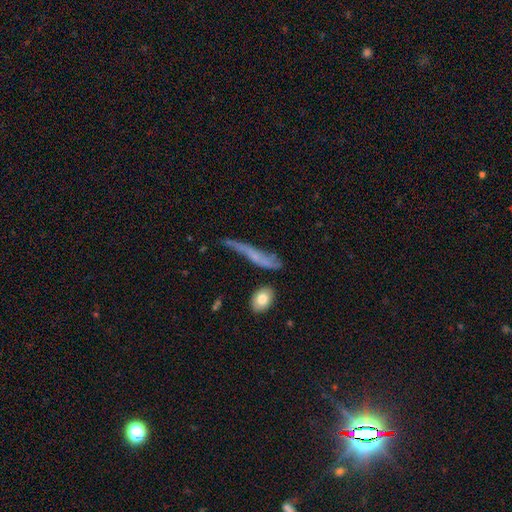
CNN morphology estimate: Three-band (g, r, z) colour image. It shows a featured or disk galaxy (49%). Merging: none (45%).